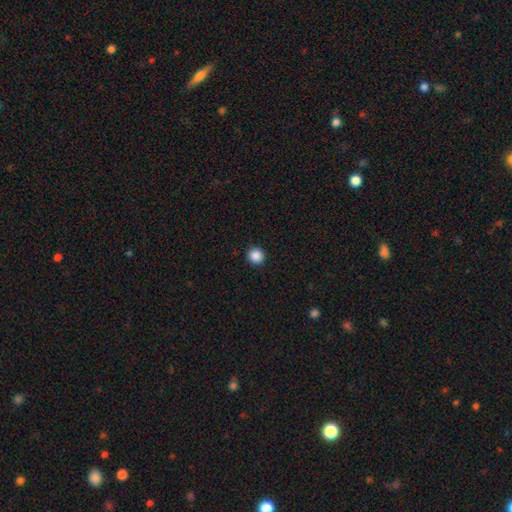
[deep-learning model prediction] smooth 88%, star or artifact 10%, featured or disk 2%. Down the decision tree: how rounded — round (96%); merging — none (93%).